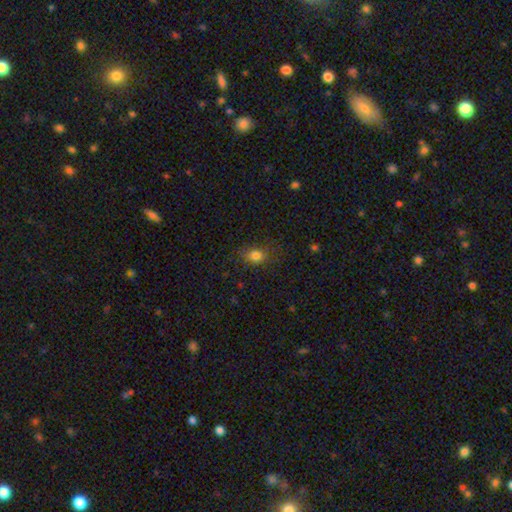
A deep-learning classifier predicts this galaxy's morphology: Smooth or featured: smooth — 79% (star or artifact — 13%)
How rounded: in between — 54% (round — 44%)
Merging: none — 75% (minor disturbance — 17%)